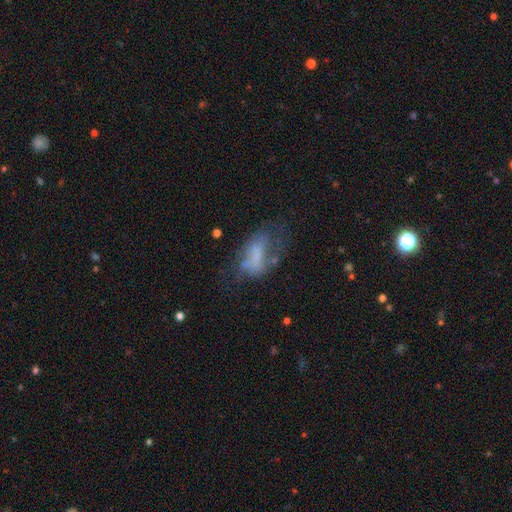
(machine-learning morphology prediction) smooth_or_featured: featured or disk (p=0.44) [alt: smooth p=0.42]
merging: major disturbance (p=0.34) [tied with: none p=0.34]